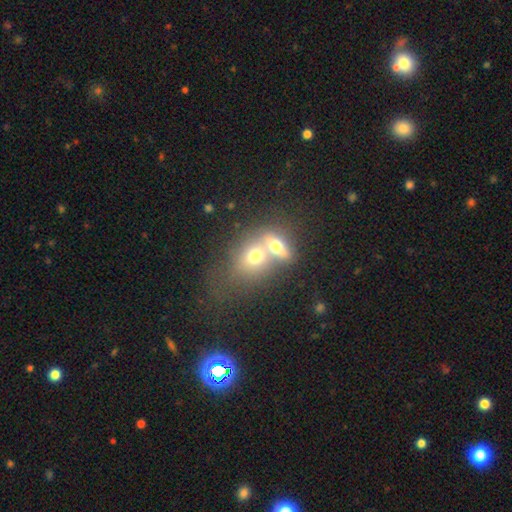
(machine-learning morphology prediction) Overall: smooth (64%; featured or disk 24%). How rounded: in between (56%; round 40%). Merging: merger (69%).